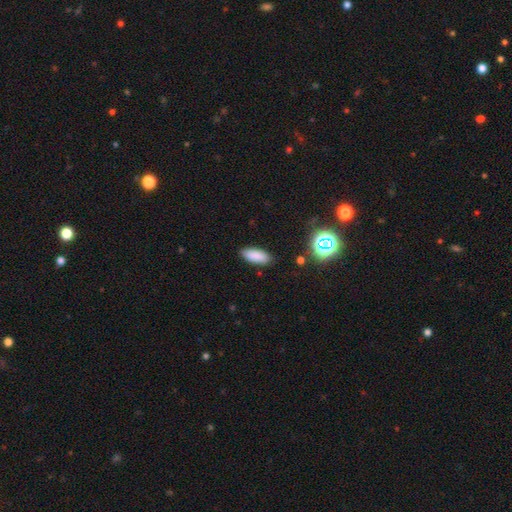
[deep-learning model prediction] smooth-or-featured: smooth: 86% | star or artifact: 9% | featured or disk: 5%
  how-rounded: in between: 84% | cigar-shaped: 14% | round: 2%
  merging: none: 86% | minor disturbance: 10% | major disturbance: 2% | merger: 1%